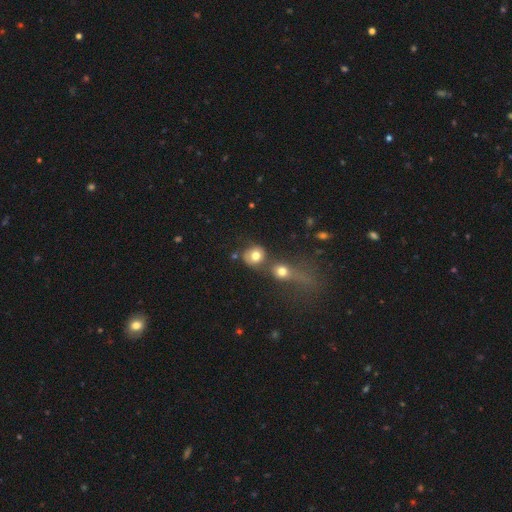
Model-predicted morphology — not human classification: Smooth or featured? Predicted: smooth (p=0.75). How rounded? Predicted: round (p=0.81). Merging? Predicted: none (p=0.49).